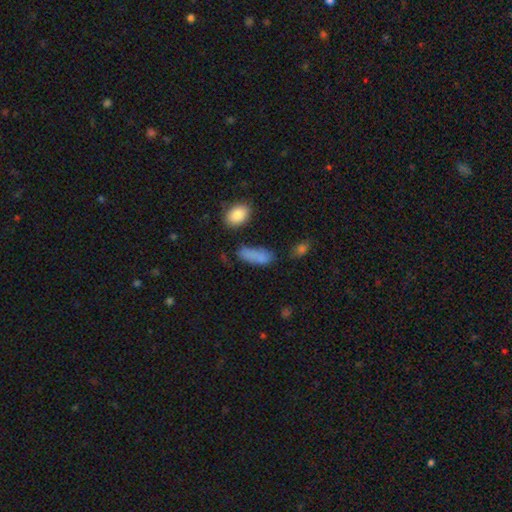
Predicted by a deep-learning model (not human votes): Q: Smooth or featured?
A: smooth (80%); runner-up: star or artifact (10%)
Q: How rounded?
A: in between (67%); runner-up: cigar-shaped (29%)
Q: Merging?
A: none (59%); runner-up: minor disturbance (23%)